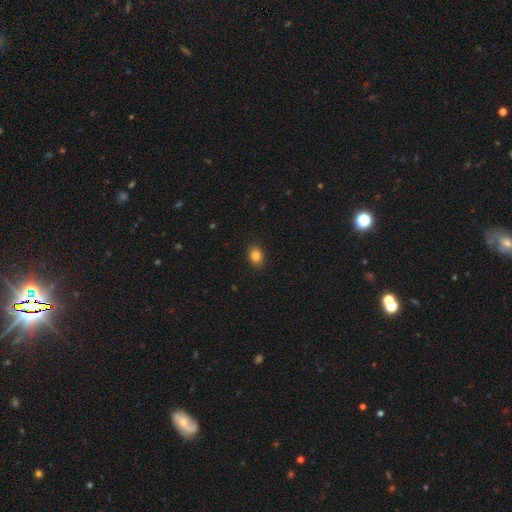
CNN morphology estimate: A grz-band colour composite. It shows a smooth galaxy with no disk features (85%) that is in between round and cigar-shaped (61%). Merging: none (89%).